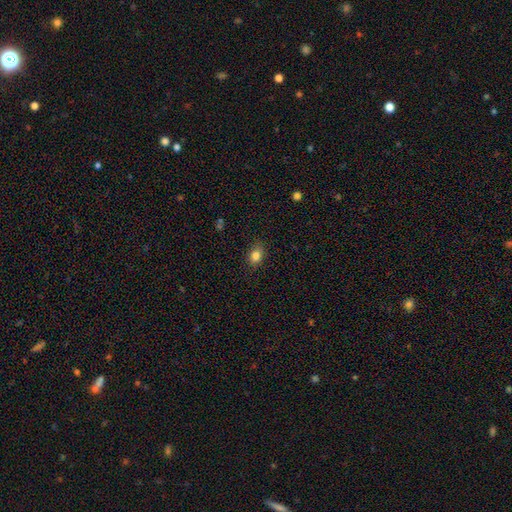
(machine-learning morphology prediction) This is clearly a smooth galaxy (83%). How rounded: likely in between (66%). Merging: clearly none (85%).